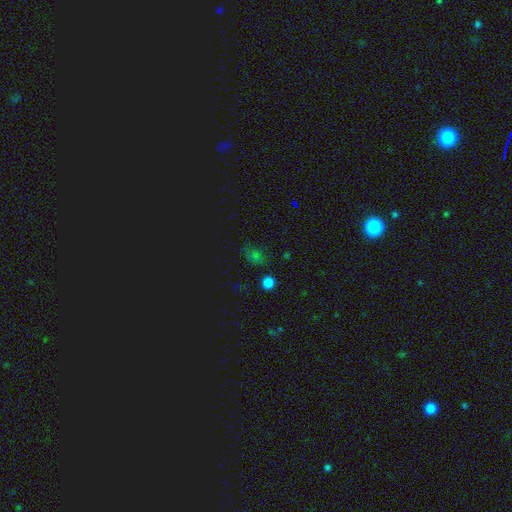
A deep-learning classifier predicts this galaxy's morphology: This is possibly a smooth galaxy (48%). Merging: likely none (71%).